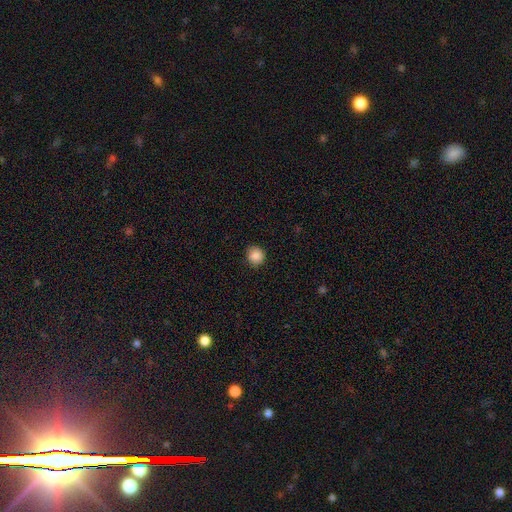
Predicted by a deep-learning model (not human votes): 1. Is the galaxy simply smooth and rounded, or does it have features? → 87% smooth, 9% star or artifact, 4% featured or disk.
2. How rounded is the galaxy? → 88% round, 11% in between, 1% cigar-shaped.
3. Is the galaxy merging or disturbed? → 90% none, 7% minor disturbance, 2% major disturbance, 1% merger.